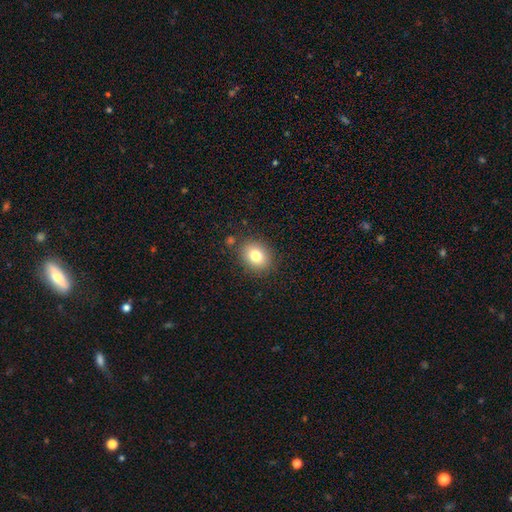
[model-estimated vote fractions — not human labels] Smooth or featured? Predicted: smooth (p=0.80). How rounded? Predicted: in between (p=0.51). Merging? Predicted: none (p=0.84).